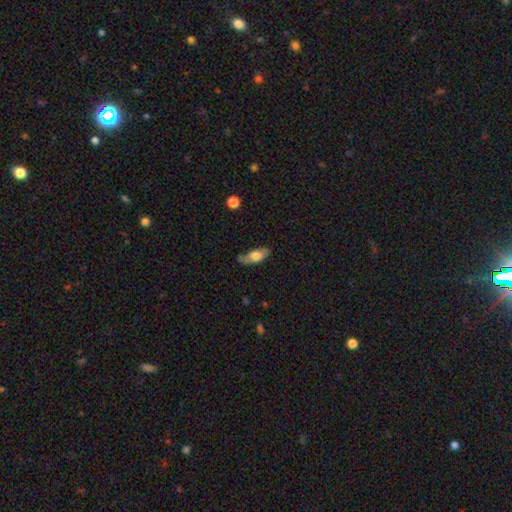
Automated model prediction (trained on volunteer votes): Morphology: type=smooth (66%); roundness=in between (76%); merging=none (63%).